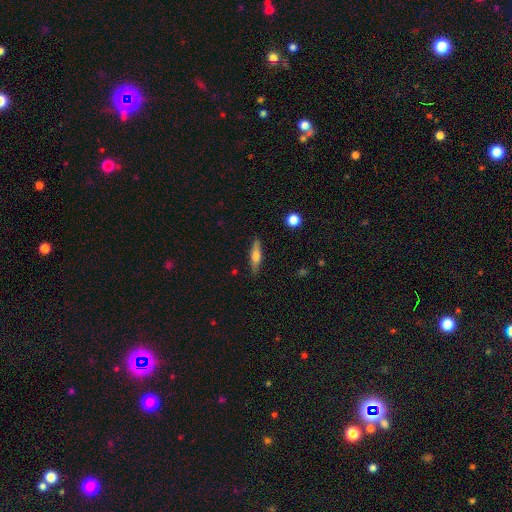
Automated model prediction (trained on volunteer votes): Q: Smooth or featured?
A: smooth (51%); runner-up: featured or disk (42%)
Q: How rounded?
A: cigar-shaped (74%); runner-up: in between (24%)
Q: Merging?
A: none (87%); runner-up: minor disturbance (10%)